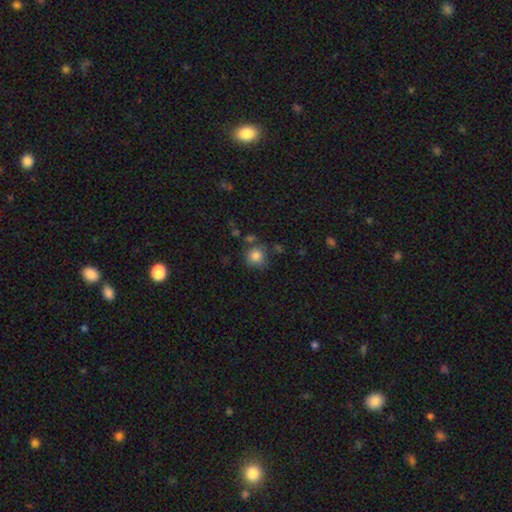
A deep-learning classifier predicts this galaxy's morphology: This appears to be a smooth galaxy with no disk features (83%) that is round (89%). Merging: none (70%).